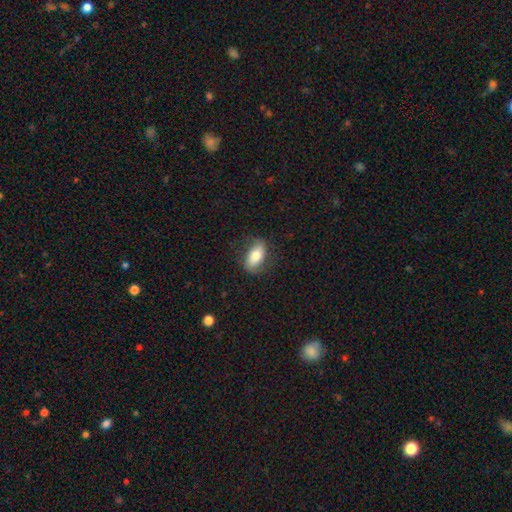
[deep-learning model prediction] smooth-or-featured: smooth: 72% | featured or disk: 22% | star or artifact: 7%
  how-rounded: in between: 86% | cigar-shaped: 9% | round: 5%
  merging: none: 77% | minor disturbance: 16% | major disturbance: 6% | merger: 1%